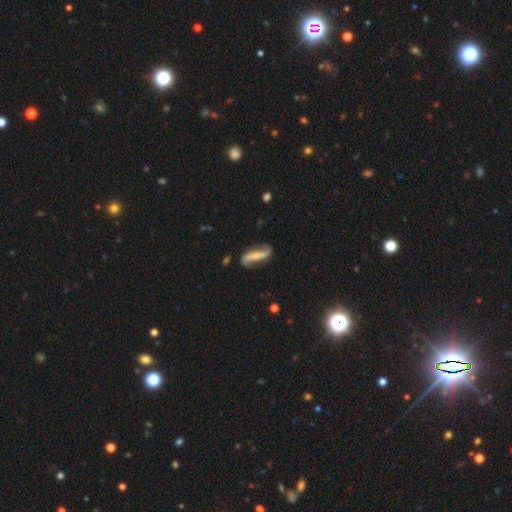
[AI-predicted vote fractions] Morphology: type=featured or disk (81%); edge-on=no (92%); bar=strong (49%); spiral arms=yes (94%); winding=loose (73%); arm count=2 (92%); bulge=small (47%); merging=none (75%).